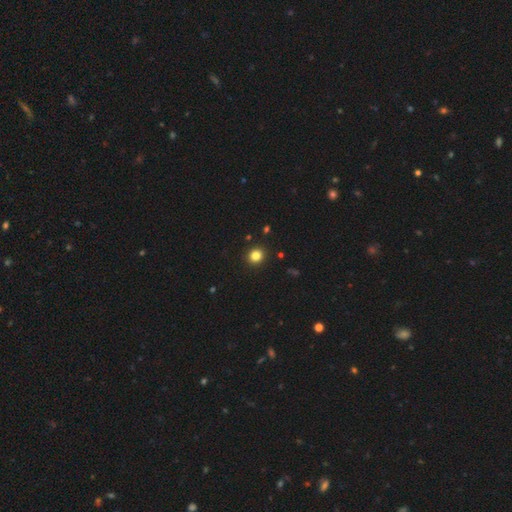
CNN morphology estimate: The model was most divided on "smooth or featured": smooth: 82%, star or artifact: 13%, featured or disk: 5%. More confident: merging — none (92%); how rounded — round (88%).